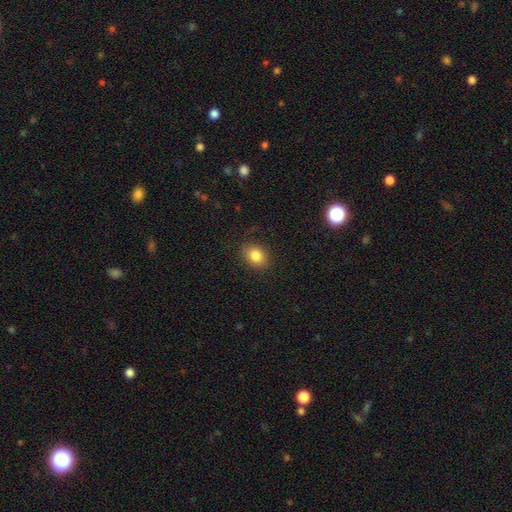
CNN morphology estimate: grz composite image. It shows a smooth galaxy with no disk features (83%) that is in between round and cigar-shaped (56%). Merging: none (85%).